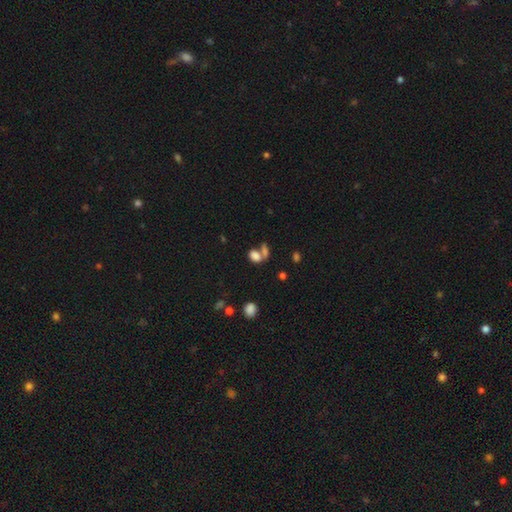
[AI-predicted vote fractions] This appears to be a smooth galaxy with no disk features (77%) that is in between round and cigar-shaped (76%). Merging: merger (49%).